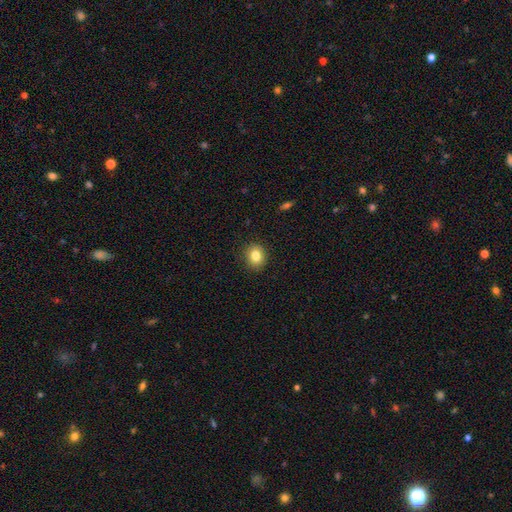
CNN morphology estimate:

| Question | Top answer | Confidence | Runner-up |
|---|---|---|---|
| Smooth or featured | smooth | 84% | star or artifact (10%) |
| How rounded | round | 68% | in between (31%) |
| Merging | none | 90% | minor disturbance (7%) |